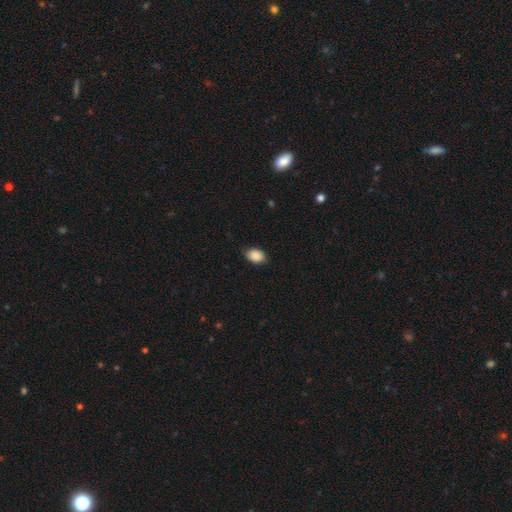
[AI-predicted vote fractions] This appears to be a smooth galaxy with no disk features (89%) that is in between round and cigar-shaped (76%). Merging: none (80%).